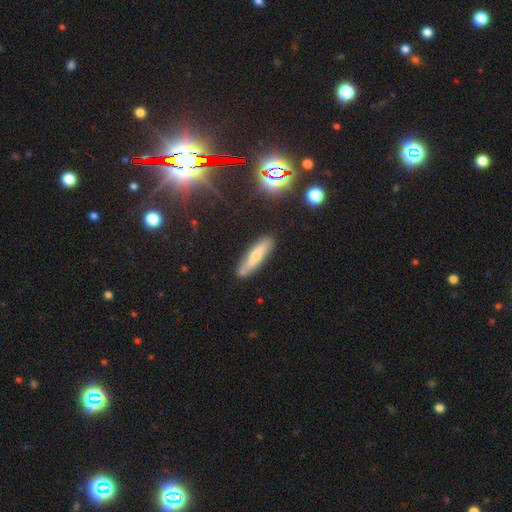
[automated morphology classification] Q: Smooth or featured?
A: smooth (55%); runner-up: featured or disk (36%)
Q: How rounded?
A: cigar-shaped (83%); runner-up: in between (15%)
Q: Merging?
A: none (84%); runner-up: minor disturbance (12%)